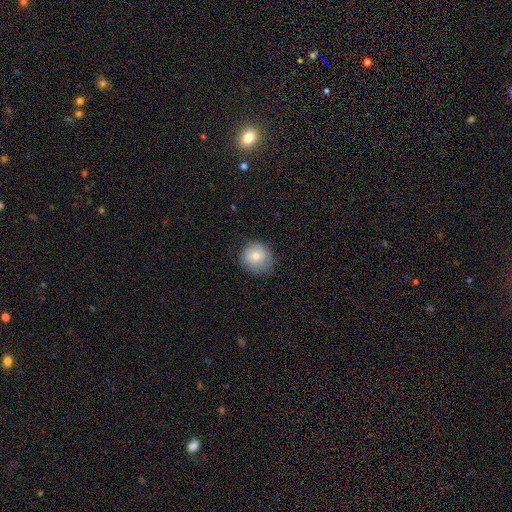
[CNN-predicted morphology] Smooth or featured? Predicted: smooth (p=0.74). How rounded? Predicted: round (p=0.89). Merging? Predicted: none (p=0.74).